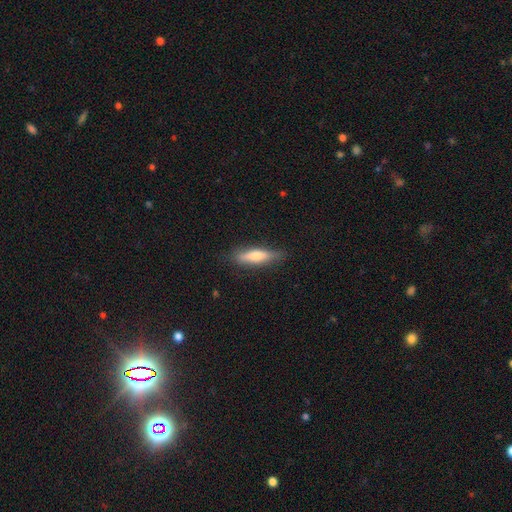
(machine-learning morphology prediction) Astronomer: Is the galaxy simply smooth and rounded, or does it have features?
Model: smooth — 61%.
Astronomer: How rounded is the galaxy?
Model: cigar-shaped — 75%.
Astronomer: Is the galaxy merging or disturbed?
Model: none — 83%.